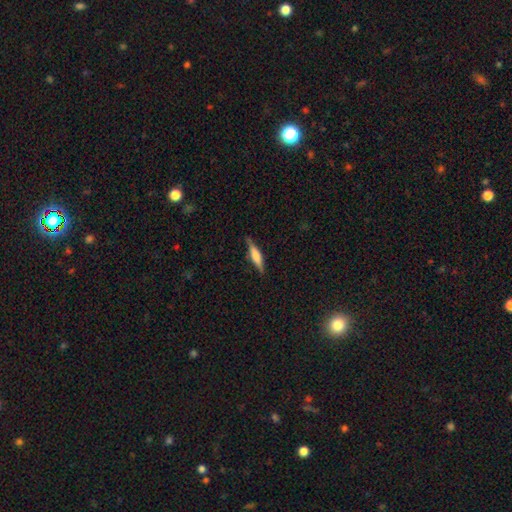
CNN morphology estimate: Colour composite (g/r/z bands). It shows a smooth galaxy with no disk features (52%) that is cigar-shaped (78%). Merging: none (82%).